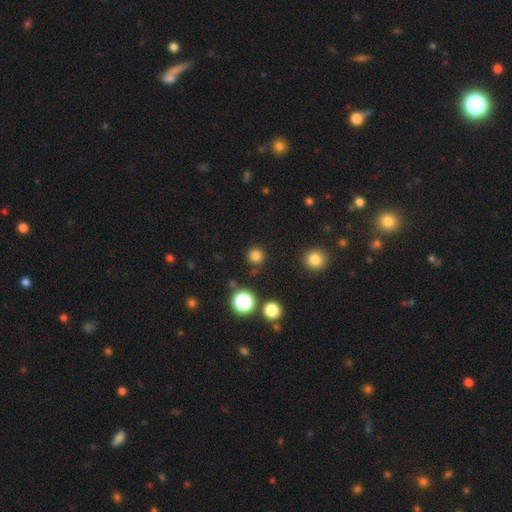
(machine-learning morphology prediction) This appears to be a smooth galaxy with no disk features (80%) that is round (95%). Merging: none (90%).